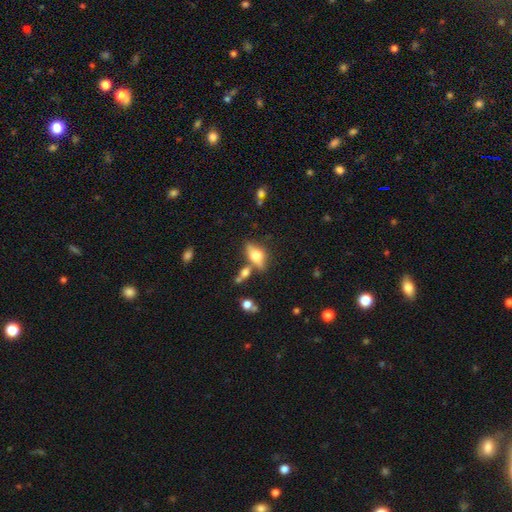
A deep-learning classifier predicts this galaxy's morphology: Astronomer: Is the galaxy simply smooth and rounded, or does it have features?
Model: smooth — 51% (runner-up: featured or disk, 40%).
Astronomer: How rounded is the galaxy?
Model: in between — 76%.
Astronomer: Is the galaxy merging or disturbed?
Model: none — 56%.